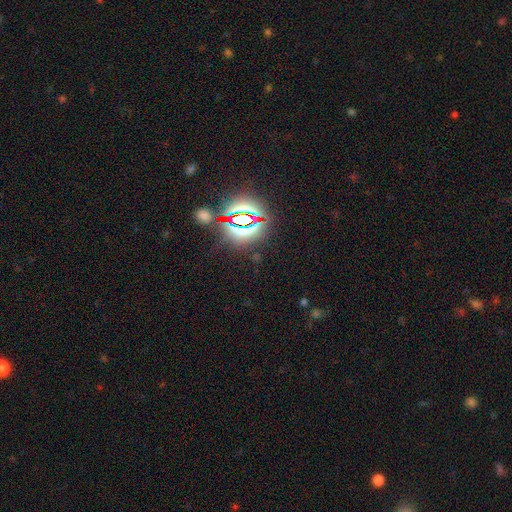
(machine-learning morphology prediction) smooth-or-featured: star or artifact: 84% | smooth: 10% | featured or disk: 6%